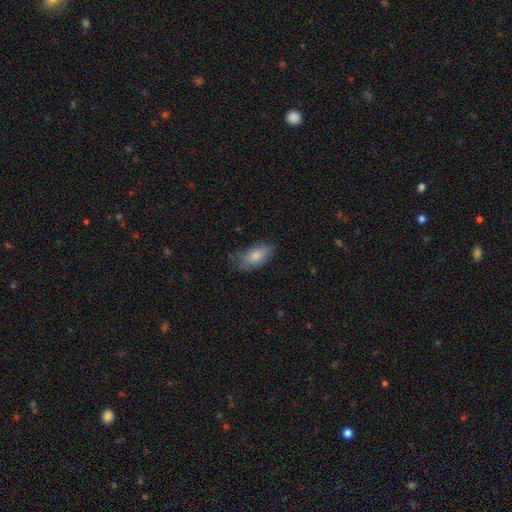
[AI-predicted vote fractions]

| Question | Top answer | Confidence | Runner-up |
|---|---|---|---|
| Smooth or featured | smooth | 81% | featured or disk (12%) |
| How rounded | in between | 90% | cigar-shaped (6%) |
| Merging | none | 64% | minor disturbance (28%) |